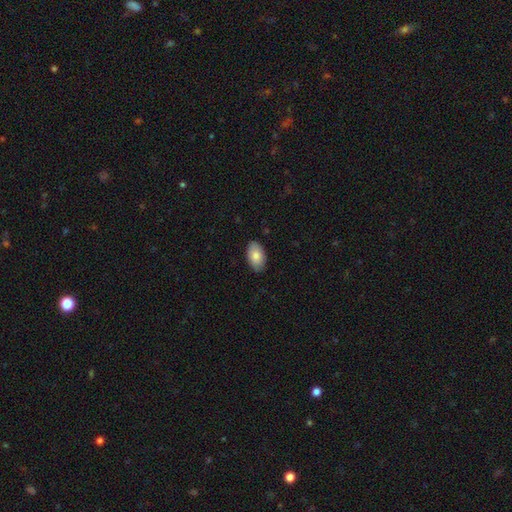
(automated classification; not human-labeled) smooth_or_featured: smooth (p=0.82) [alt: featured or disk p=0.12]
how_rounded: in between (p=0.94) [alt: round p=0.05]
merging: none (p=0.87) [alt: minor disturbance p=0.10]